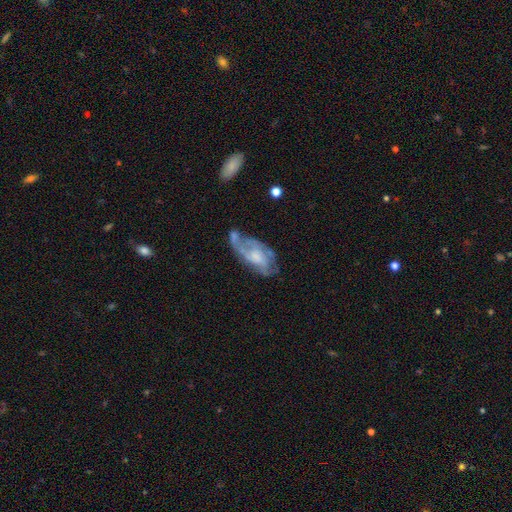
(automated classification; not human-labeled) Smooth or featured: featured or disk — 66% (smooth — 27%)
Edge-on disk: no — 92% (yes — 8%)
Bar: no — 68% (weak — 27%)
Spiral arms: yes — 71% (no — 29%)
Bulge size: moderate — 32% (none — 27%)
Merging: none — 40% (minor disturbance — 28%)